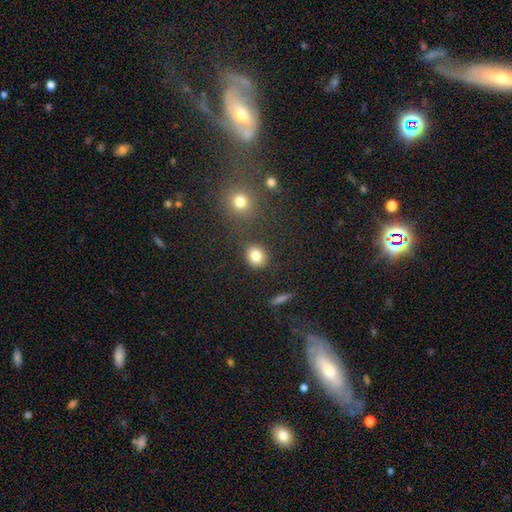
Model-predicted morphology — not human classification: smooth_or_featured: smooth (p=0.81) [alt: star or artifact p=0.11]
how_rounded: round (p=0.77) [alt: in between p=0.22]
merging: none (p=0.84) [alt: minor disturbance p=0.09]